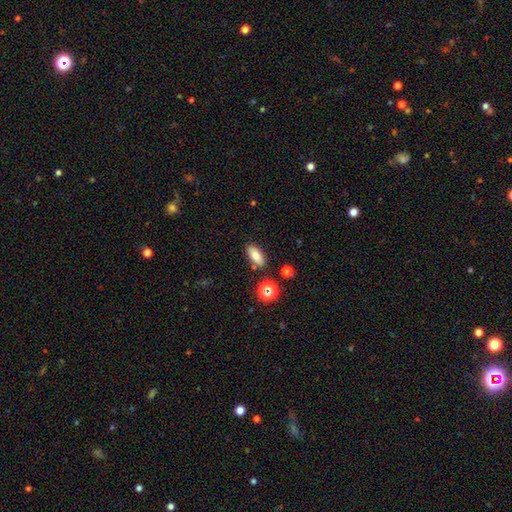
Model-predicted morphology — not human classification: This is likely a smooth galaxy (79%). How rounded: clearly in between (80%). Merging: clearly none (82%).